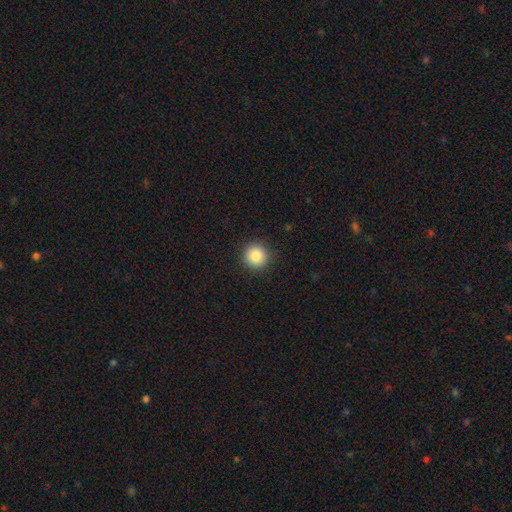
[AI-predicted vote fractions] Smooth or featured? Predicted: smooth (p=0.86). How rounded? Predicted: round (p=0.94). Merging? Predicted: none (p=0.91).